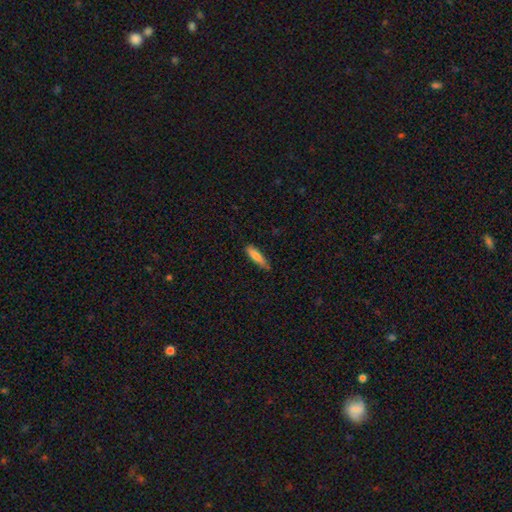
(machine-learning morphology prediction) smooth-or-featured: smooth: 80% | featured or disk: 14% | star or artifact: 6%
  how-rounded: cigar-shaped: 68% | in between: 30% | round: 1%
  merging: none: 72% | minor disturbance: 23% | major disturbance: 4% | merger: 2%